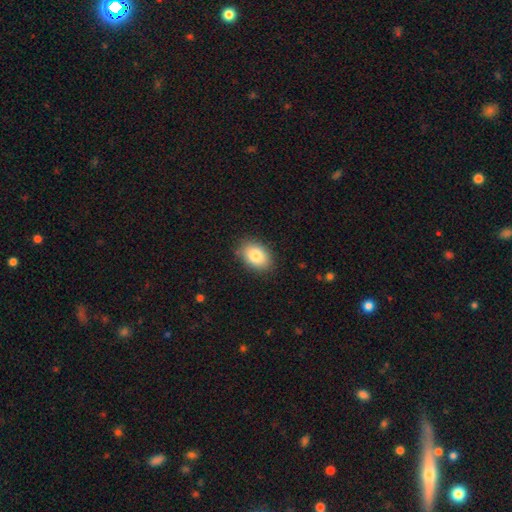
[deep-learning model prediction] smooth_or_featured: smooth (p=0.83) [alt: featured or disk p=0.09]
how_rounded: in between (p=0.80) [alt: round p=0.19]
merging: none (p=0.86) [alt: minor disturbance p=0.10]